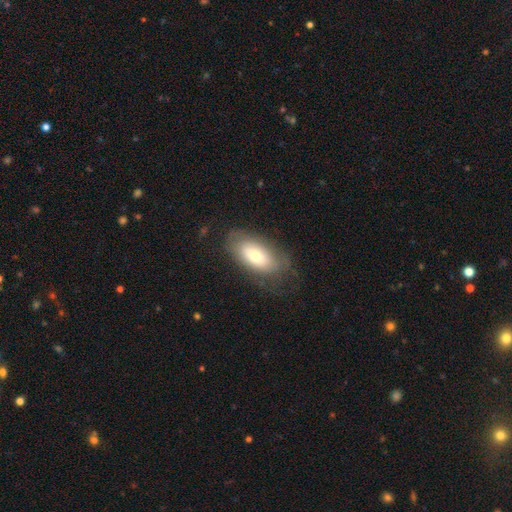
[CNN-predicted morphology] This is likely a smooth galaxy (66%). How rounded: clearly in between (91%). Merging: likely none (72%).